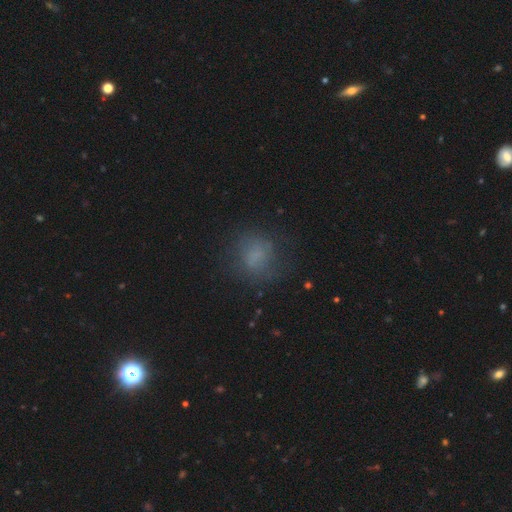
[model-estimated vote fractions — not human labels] Overall: smooth (66%). How rounded: round (71%). Merging: none (69%).